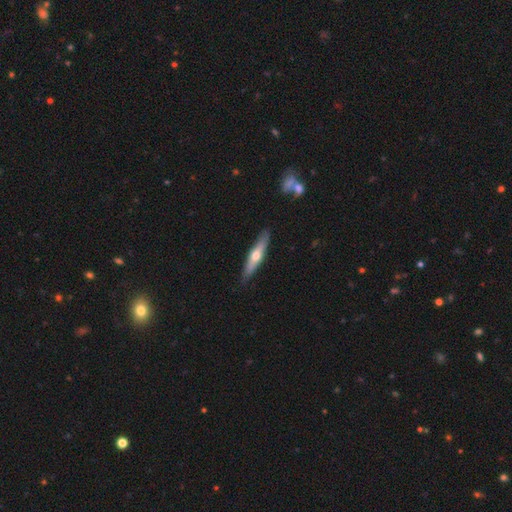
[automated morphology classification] smooth-or-featured: featured or disk: 50% | smooth: 44% | star or artifact: 5%
  disk-edge-on: yes: 89% | no: 11%
  merging: none: 87% | minor disturbance: 10% | major disturbance: 2% | merger: 1%